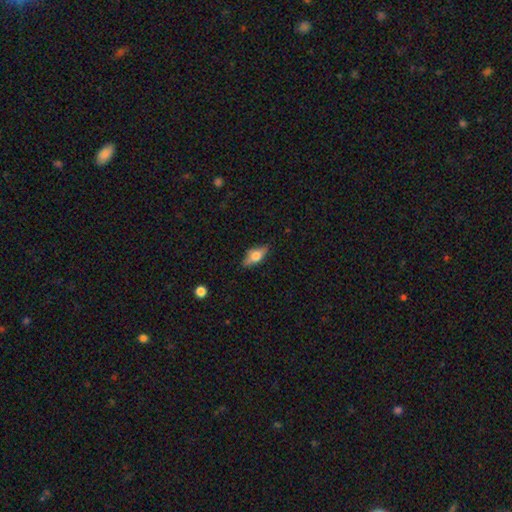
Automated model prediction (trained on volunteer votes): smooth_or_featured: smooth (p=0.56) [alt: featured or disk p=0.37]
how_rounded: in between (p=0.74) [alt: cigar-shaped p=0.22]
merging: none (p=0.80) [alt: minor disturbance p=0.15]